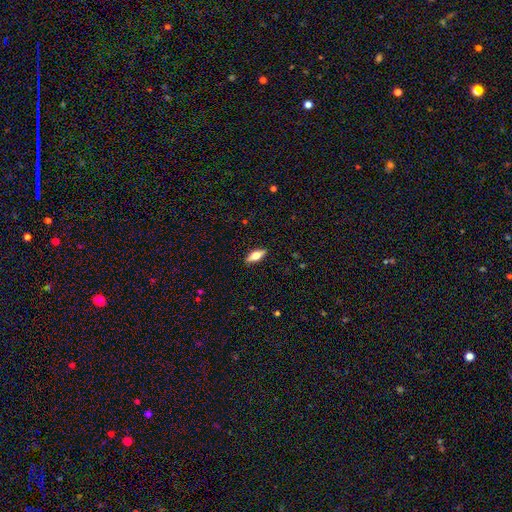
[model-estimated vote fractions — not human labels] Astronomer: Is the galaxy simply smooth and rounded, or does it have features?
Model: smooth — 56% (runner-up: featured or disk, 37%).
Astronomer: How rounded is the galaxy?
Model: in between — 69%.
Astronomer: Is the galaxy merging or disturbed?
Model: none — 89%.